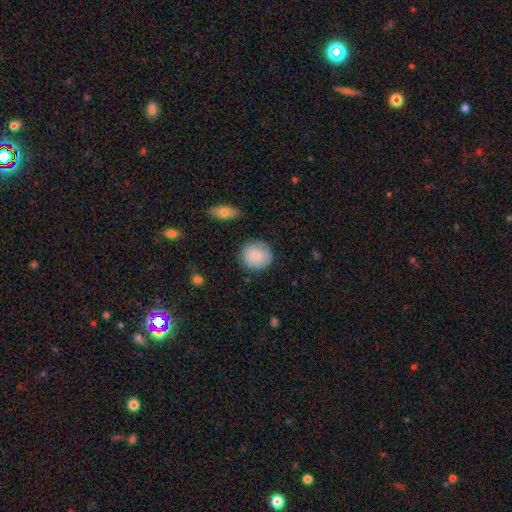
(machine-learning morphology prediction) smooth-or-featured: smooth: 82% | featured or disk: 11% | star or artifact: 7%
  how-rounded: round: 90% | in between: 9% | cigar-shaped: 1%
  merging: none: 84% | minor disturbance: 11% | major disturbance: 3% | merger: 2%